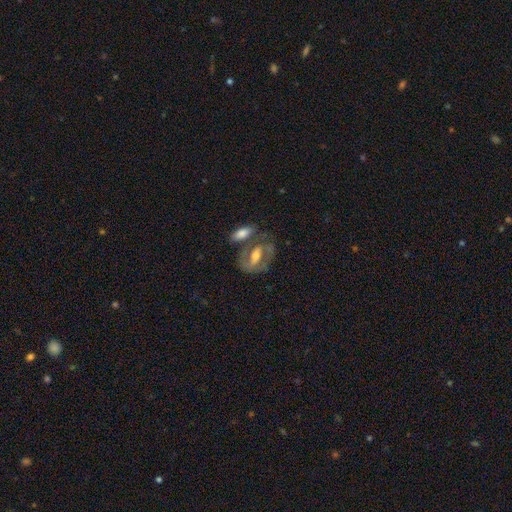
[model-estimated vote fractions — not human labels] Smooth or featured? Predicted: featured or disk (p=0.59). Edge-on disk? Predicted: no (p=0.88). Bar? Predicted: weak (p=0.35, tied with no). Spiral arms? Predicted: yes (p=0.56). Bulge size? Predicted: moderate (p=0.59). Merging? Predicted: none (p=0.46).